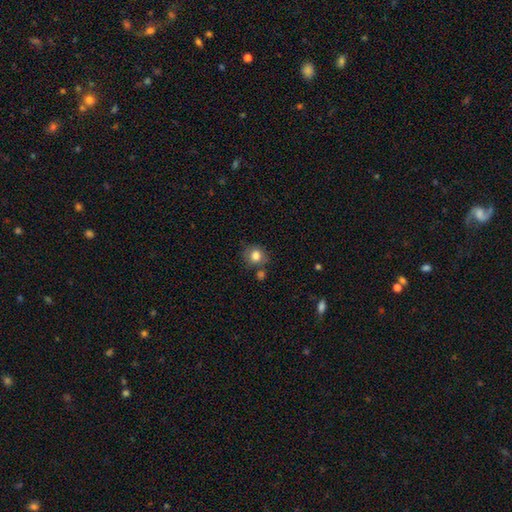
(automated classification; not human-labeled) This is clearly a smooth galaxy (82%). How rounded: clearly round (81%). Merging: likely none (69%).